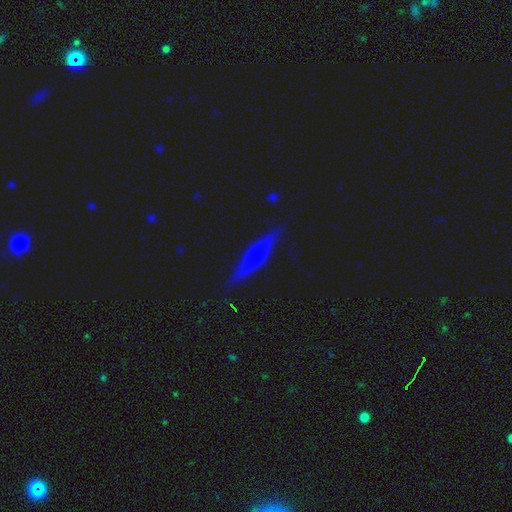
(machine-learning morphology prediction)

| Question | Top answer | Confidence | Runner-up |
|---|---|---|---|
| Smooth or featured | featured or disk | 47% | smooth (45%) |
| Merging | none | 86% | minor disturbance (11%) |